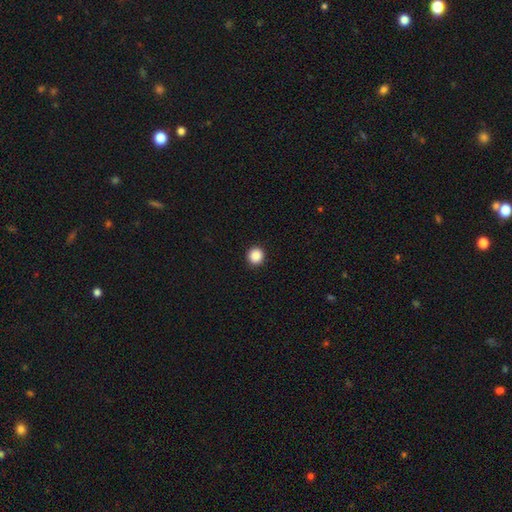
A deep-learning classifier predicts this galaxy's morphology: type=smooth (88%); roundness=round (92%); merging=none (93%).